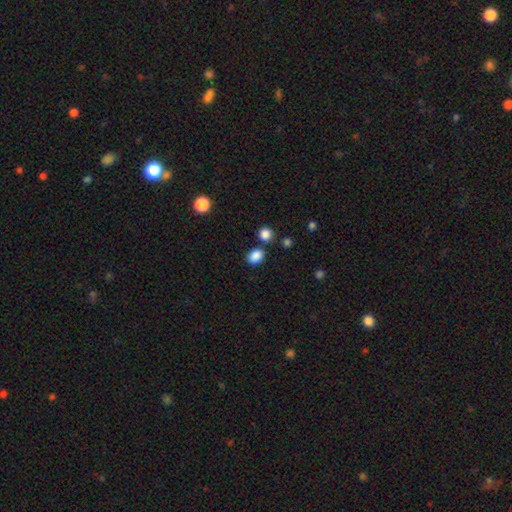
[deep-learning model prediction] Smooth or featured? Predicted: smooth (p=0.87). How rounded? Predicted: in between (p=0.66). Merging? Predicted: none (p=0.77).